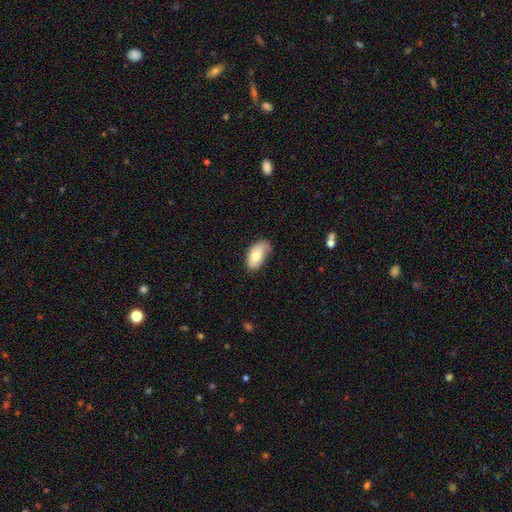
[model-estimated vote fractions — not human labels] Smooth or featured: smooth — 75% (featured or disk — 18%)
How rounded: in between — 94% (round — 3%)
Merging: none — 58% (minor disturbance — 32%)